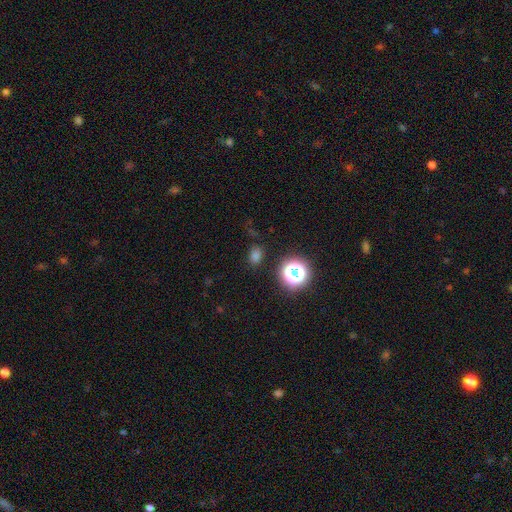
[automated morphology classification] Smooth or featured?
  - smooth: 72% *
  - star or artifact: 24%
  - featured or disk: 5%
How rounded?
  - in between: 57% *
  - round: 41%
  - cigar-shaped: 2%
Merging?
  - none: 82% *
  - minor disturbance: 12%
  - major disturbance: 4%
  - merger: 3%